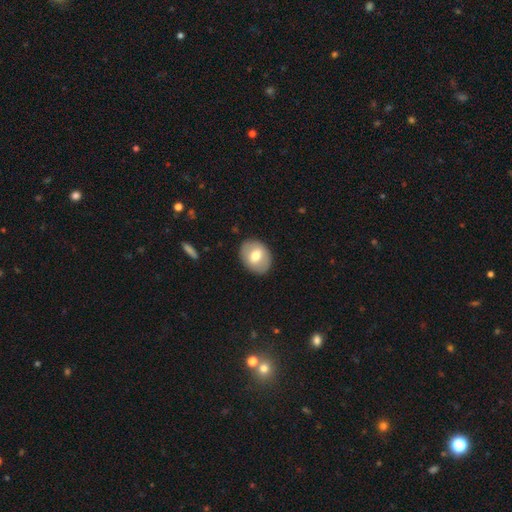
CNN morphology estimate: Smooth or featured: smooth — 65% (featured or disk — 29%)
How rounded: in between — 59% (round — 40%)
Merging: none — 87% (minor disturbance — 9%)